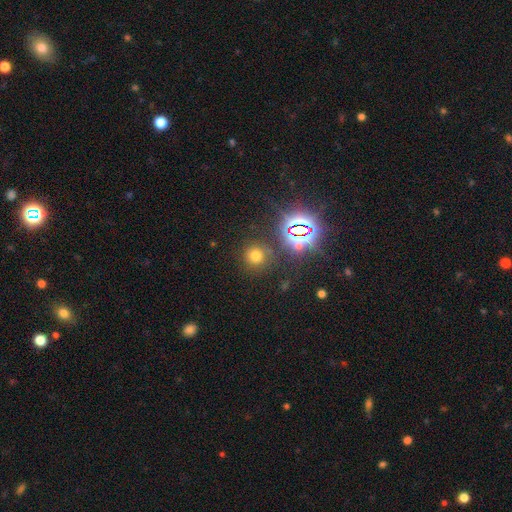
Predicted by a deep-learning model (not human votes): Overall: smooth (61%; star or artifact 30%). How rounded: round (92%). Merging: none (83%).